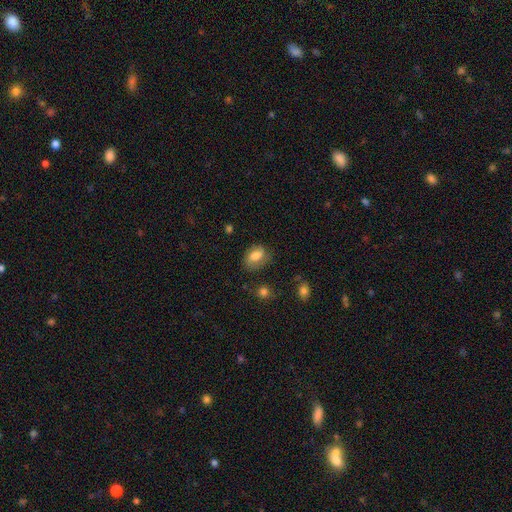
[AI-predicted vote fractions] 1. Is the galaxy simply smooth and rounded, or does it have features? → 59% smooth, 32% featured or disk, 8% star or artifact.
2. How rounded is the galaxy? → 77% in between, 21% round, 2% cigar-shaped.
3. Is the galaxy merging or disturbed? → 66% none, 23% minor disturbance, 8% major disturbance, 2% merger.